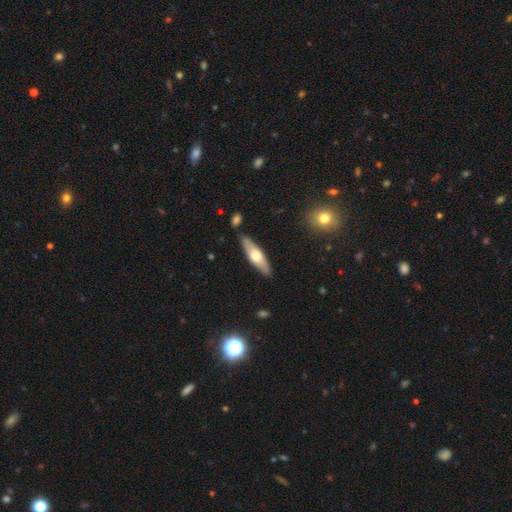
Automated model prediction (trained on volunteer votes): smooth 49%, featured or disk 45%, star or artifact 5%. Down the decision tree: merging — none (85%).